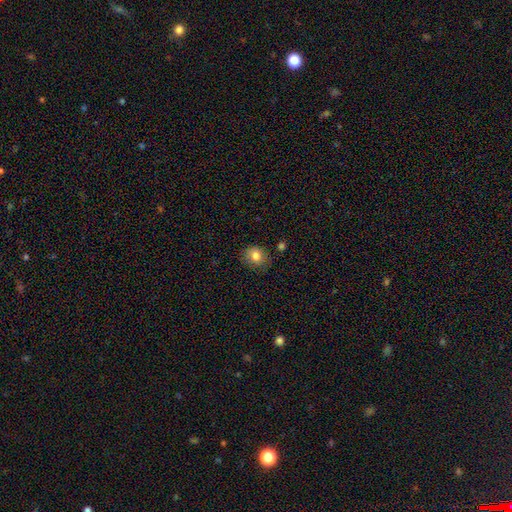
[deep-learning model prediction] This is clearly a smooth galaxy (81%). How rounded: likely round (72%). Merging: clearly none (81%).